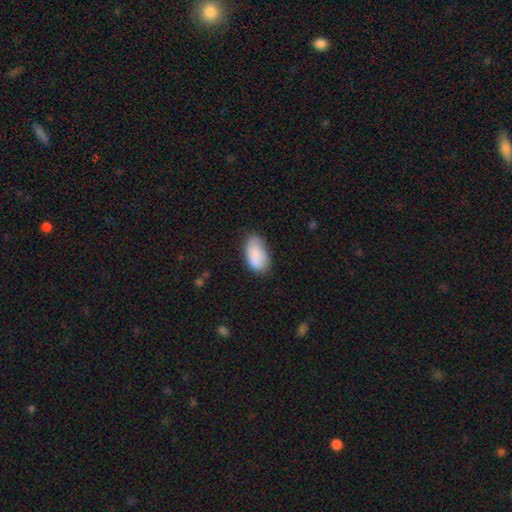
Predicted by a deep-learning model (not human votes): Smooth or featured?
  - smooth: 84% *
  - featured or disk: 9%
  - star or artifact: 7%
How rounded?
  - in between: 94% *
  - round: 4%
  - cigar-shaped: 2%
Merging?
  - none: 61% *
  - minor disturbance: 28%
  - major disturbance: 7%
  - merger: 4%